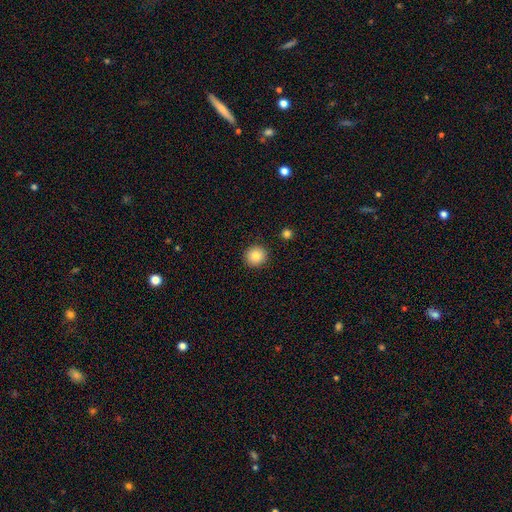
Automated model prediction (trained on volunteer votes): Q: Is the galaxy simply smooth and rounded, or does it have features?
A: smooth — 84%.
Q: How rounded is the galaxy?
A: round — 92%.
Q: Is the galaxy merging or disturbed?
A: none — 91%.